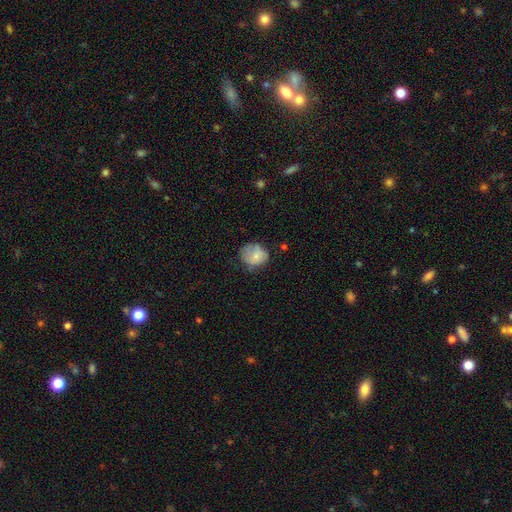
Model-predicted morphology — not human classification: The model was most divided on "merging": none: 53%, minor disturbance: 32%, major disturbance: 12%, merger: 2%. More confident: smooth or featured — smooth (72%); how rounded — round (69%).